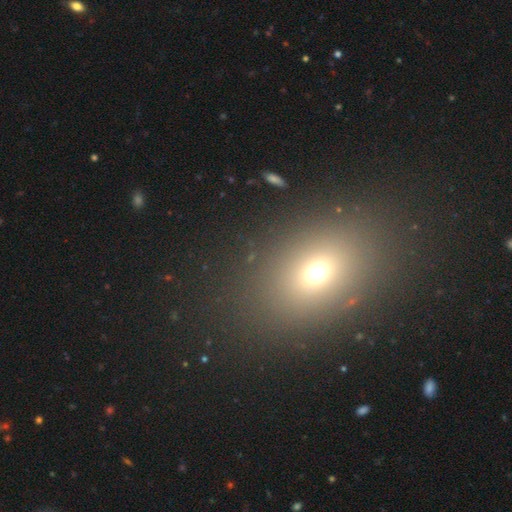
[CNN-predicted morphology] smooth 62%, star or artifact 26%, featured or disk 12%. Down the decision tree: how rounded — in between (62%); merging — none (86%).